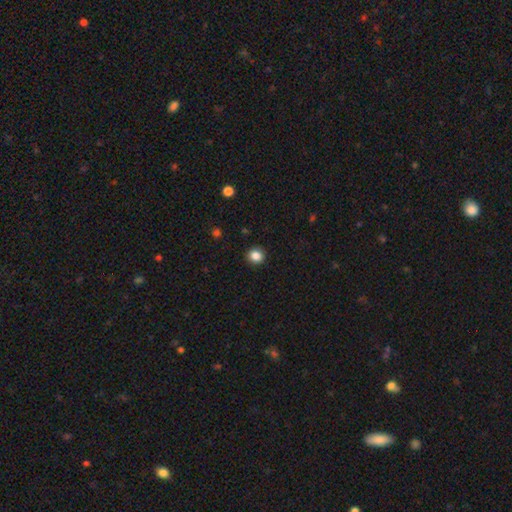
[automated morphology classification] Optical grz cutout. It shows a smooth galaxy with no disk features (85%) that is round (86%). Merging: none (92%).